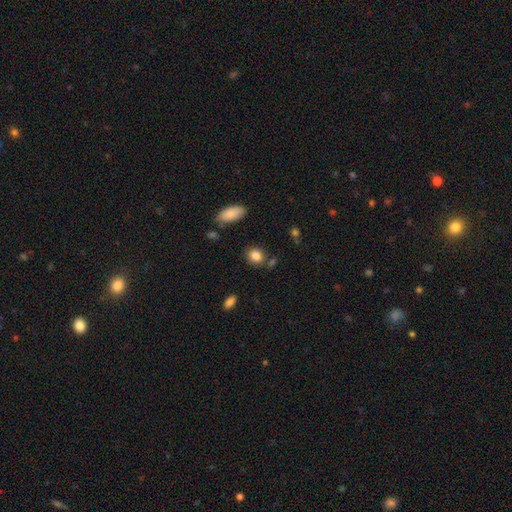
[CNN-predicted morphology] Smooth or featured: smooth — 84% (star or artifact — 10%)
How rounded: round — 57% (in between — 41%)
Merging: none — 76% (minor disturbance — 13%)